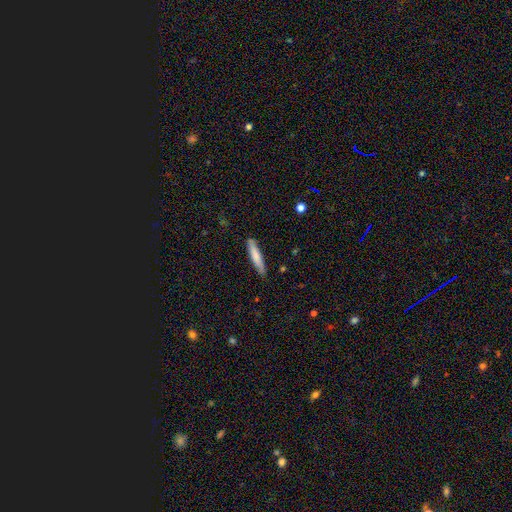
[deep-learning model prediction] Smooth or featured: smooth — 72% (featured or disk — 22%)
How rounded: cigar-shaped — 90% (in between — 9%)
Merging: none — 86% (minor disturbance — 11%)